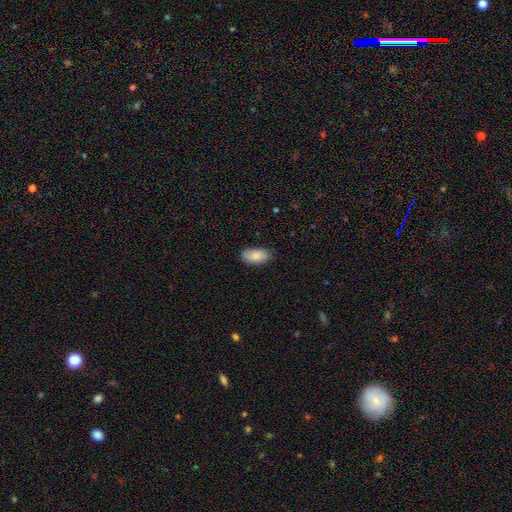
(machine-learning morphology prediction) This appears to be a smooth galaxy with no disk features (85%) that is in between round and cigar-shaped (94%). Merging: none (81%).